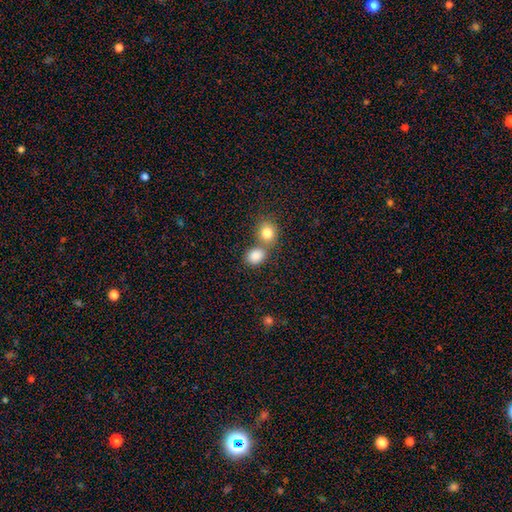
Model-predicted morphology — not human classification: Smooth or featured? Predicted: smooth (p=0.84). How rounded? Predicted: round (p=0.53). Merging? Predicted: none (p=0.48).